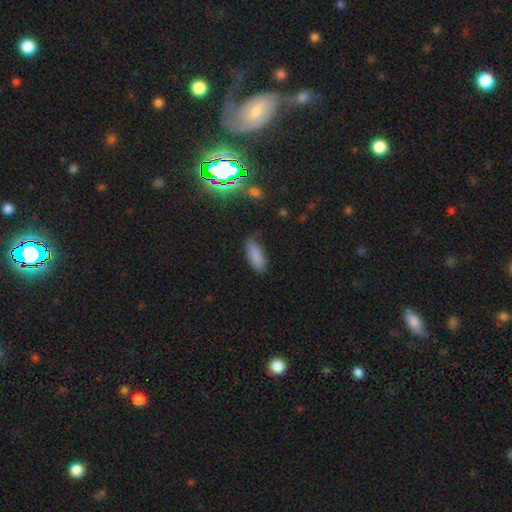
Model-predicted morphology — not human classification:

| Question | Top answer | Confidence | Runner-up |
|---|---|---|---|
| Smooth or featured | smooth | 85% | star or artifact (9%) |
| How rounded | in between | 66% | cigar-shaped (33%) |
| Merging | none | 80% | minor disturbance (15%) |